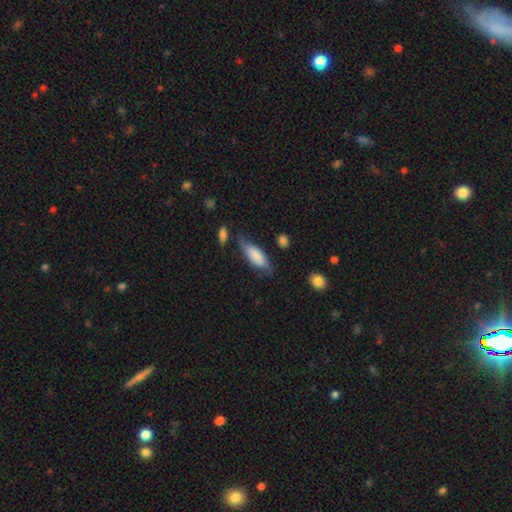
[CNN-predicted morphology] A smooth galaxy with no disk features (74%) that is in between round and cigar-shaped (74%).

Vote fractions:
- Smooth or featured? smooth: 74% / featured or disk: 20% / star or artifact: 7%
- How rounded? in between: 74% / cigar-shaped: 24% / round: 2%
- Merging? none: 56% / minor disturbance: 29% / major disturbance: 10% / merger: 4%